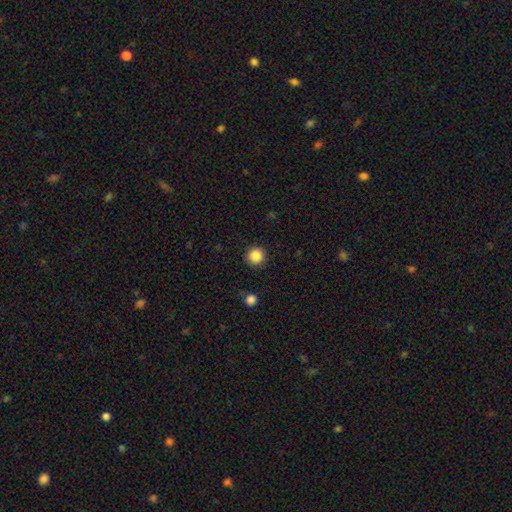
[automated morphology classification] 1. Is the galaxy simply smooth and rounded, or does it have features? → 87% smooth, 10% star or artifact, 3% featured or disk.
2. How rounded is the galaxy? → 96% round, 3% in between, 1% cigar-shaped.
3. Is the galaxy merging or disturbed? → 91% none, 5% minor disturbance, 2% major disturbance, 1% merger.